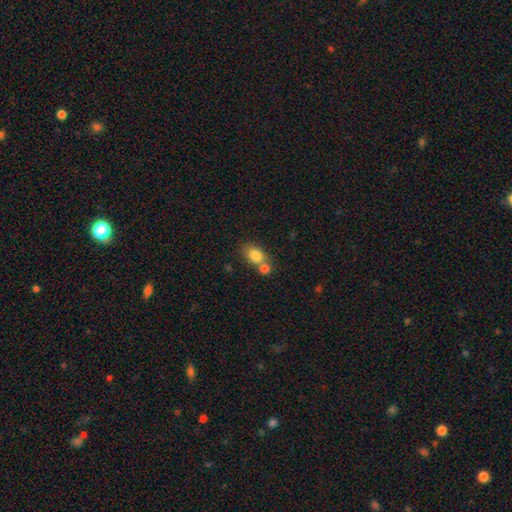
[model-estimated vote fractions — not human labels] smooth_or_featured: smooth (p=0.81) [alt: featured or disk p=0.10]
how_rounded: in between (p=0.69) [alt: round p=0.29]
merging: merger (p=0.47) [alt: none p=0.40]